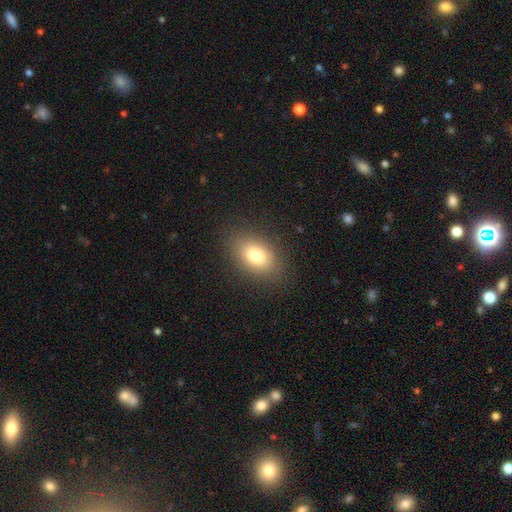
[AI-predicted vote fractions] smooth 79%, featured or disk 11%, star or artifact 10%. Down the decision tree: how rounded — in between (86%); merging — none (85%).